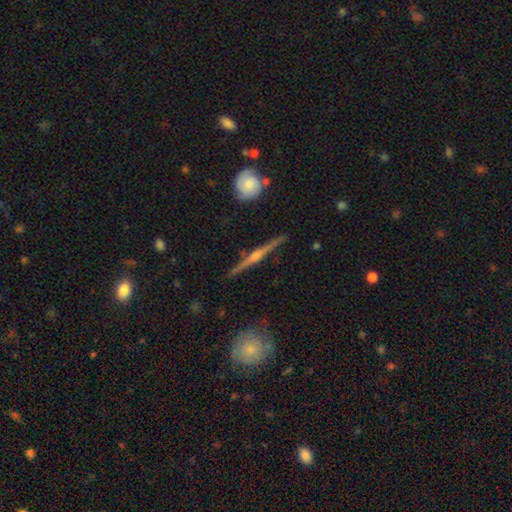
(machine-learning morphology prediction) featured or disk 79%, smooth 13%, star or artifact 9%. Down the decision tree: edge-on disk — yes (97%); edge-on bulge — rounded (84%); merging — none (90%).